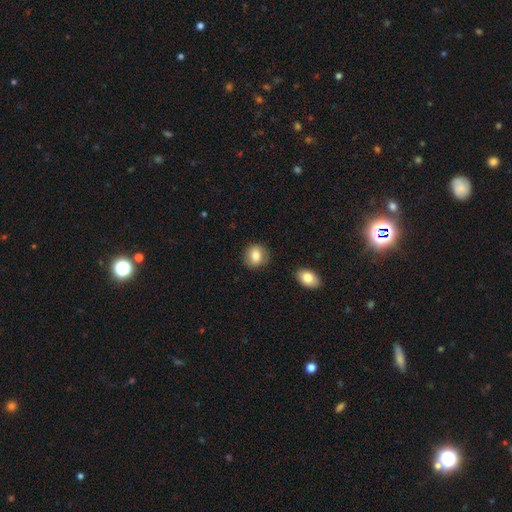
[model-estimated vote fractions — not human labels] Q: Smooth or featured?
A: smooth (82%); runner-up: featured or disk (10%)
Q: How rounded?
A: round (76%); runner-up: in between (23%)
Q: Merging?
A: none (84%); runner-up: minor disturbance (11%)